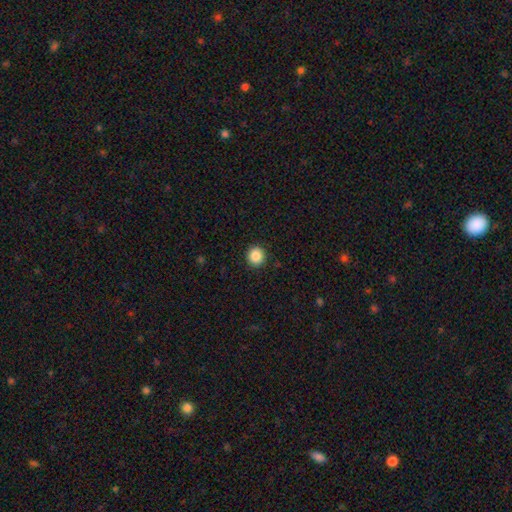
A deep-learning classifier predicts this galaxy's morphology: The model was most divided on "smooth or featured": smooth: 88%, star or artifact: 9%, featured or disk: 3%. More confident: merging — none (92%); how rounded — round (90%).